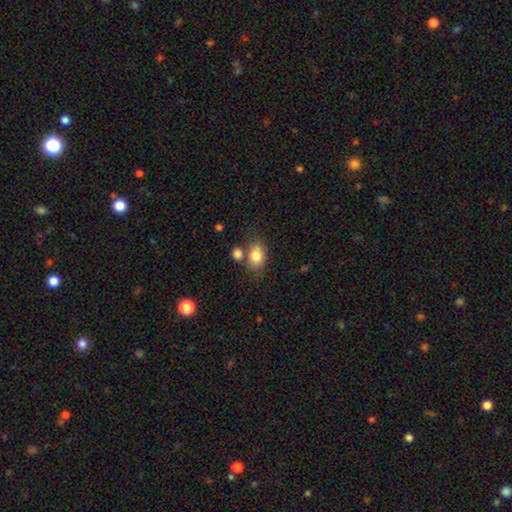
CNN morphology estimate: A smooth galaxy with no disk features (81%) that is in between round and cigar-shaped (74%). Merging: none (58%).